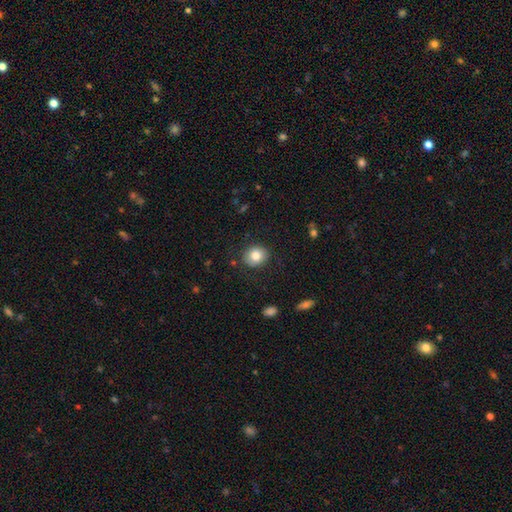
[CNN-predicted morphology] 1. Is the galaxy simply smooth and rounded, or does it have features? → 81% smooth, 10% featured or disk, 9% star or artifact.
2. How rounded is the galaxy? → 70% round, 29% in between, 1% cigar-shaped.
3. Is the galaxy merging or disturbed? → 85% none, 11% minor disturbance, 3% major disturbance, 1% merger.